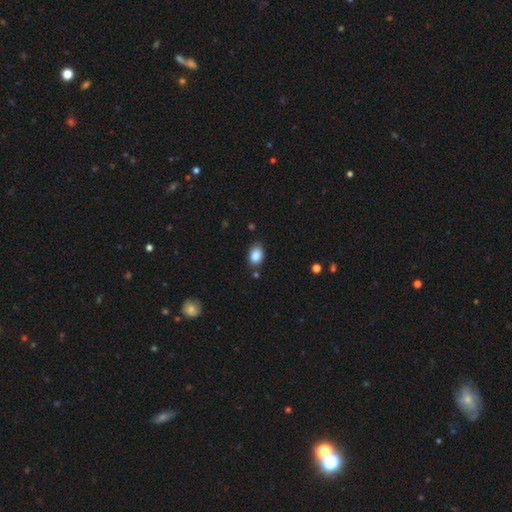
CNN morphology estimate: The model was most divided on "how rounded": in between: 80%, round: 19%, cigar-shaped: 1%. More confident: smooth or featured — smooth (86%); merging — none (80%).